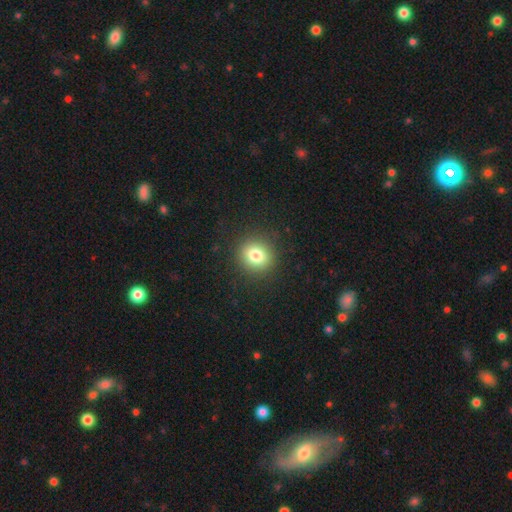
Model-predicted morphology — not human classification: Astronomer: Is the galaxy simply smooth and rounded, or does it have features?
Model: smooth — 81%.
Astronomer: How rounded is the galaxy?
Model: round — 85%.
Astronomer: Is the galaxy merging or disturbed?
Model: none — 91%.